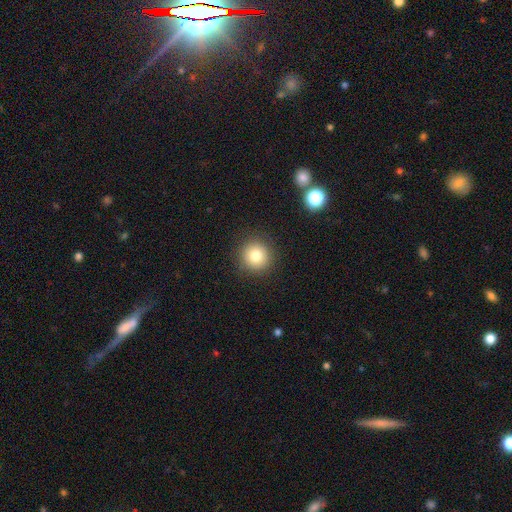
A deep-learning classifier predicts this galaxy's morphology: smooth-or-featured: smooth: 80% | star or artifact: 11% | featured or disk: 8%
  how-rounded: round: 94% | in between: 5% | cigar-shaped: 1%
  merging: none: 91% | minor disturbance: 6% | major disturbance: 2% | merger: 1%